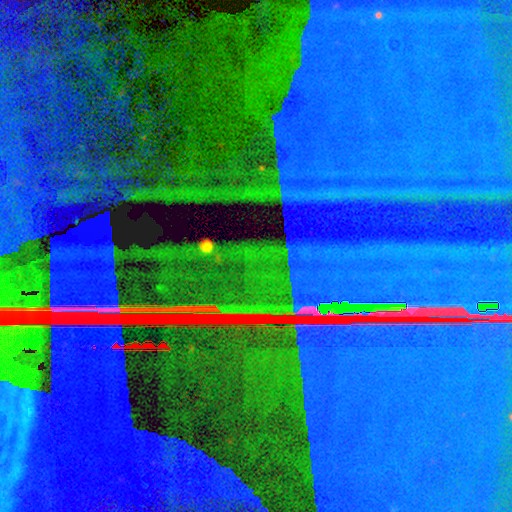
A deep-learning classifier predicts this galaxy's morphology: Q: Smooth or featured?
A: star or artifact (87%); runner-up: featured or disk (8%)